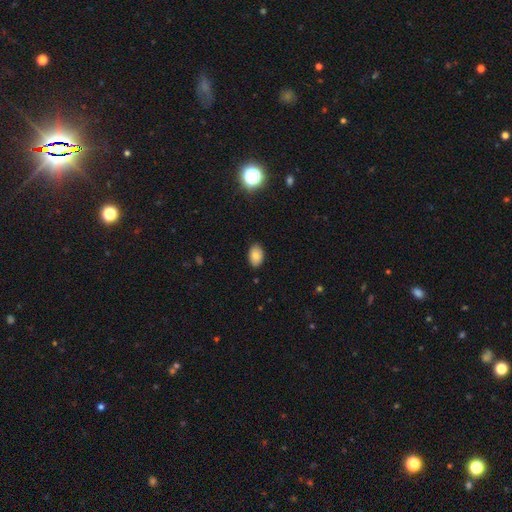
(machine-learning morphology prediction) This is clearly a smooth galaxy (82%). How rounded: clearly in between (88%). Merging: clearly none (86%).